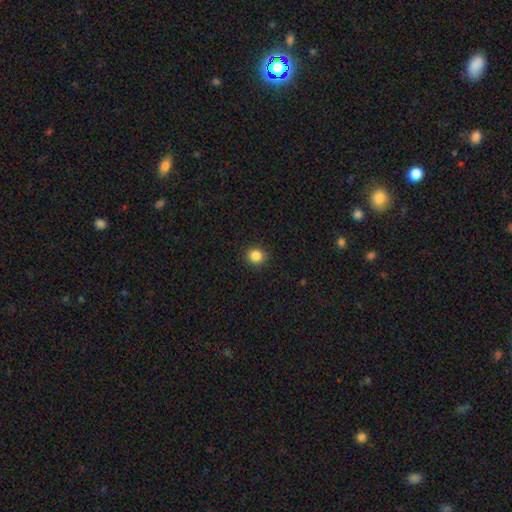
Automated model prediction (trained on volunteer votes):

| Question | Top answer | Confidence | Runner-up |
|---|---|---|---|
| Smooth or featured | smooth | 85% | star or artifact (11%) |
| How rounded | round | 85% | in between (14%) |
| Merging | none | 91% | minor disturbance (6%) |